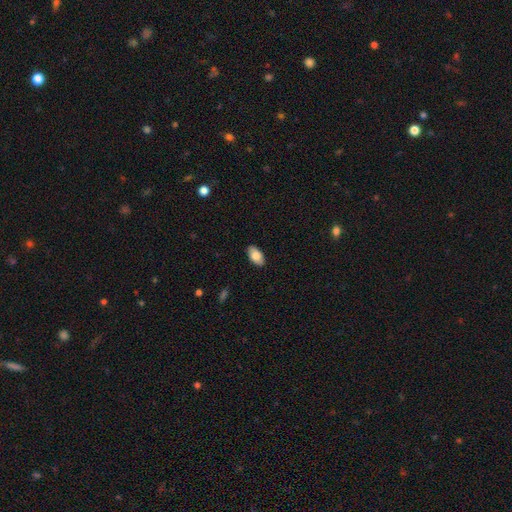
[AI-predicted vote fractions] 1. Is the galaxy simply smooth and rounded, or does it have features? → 79% smooth, 14% featured or disk, 6% star or artifact.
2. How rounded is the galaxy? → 94% in between, 3% round, 2% cigar-shaped.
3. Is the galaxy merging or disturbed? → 88% none, 9% minor disturbance, 2% major disturbance, 1% merger.